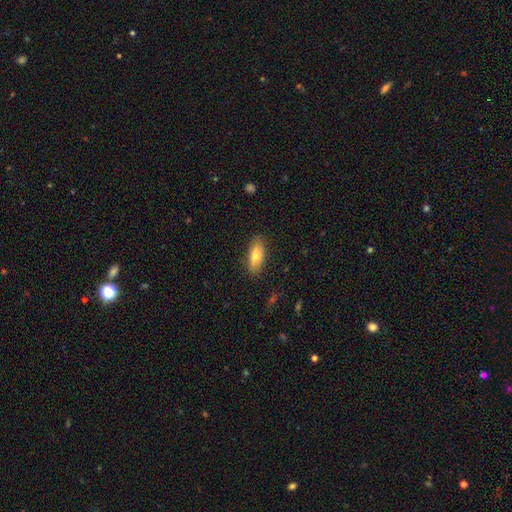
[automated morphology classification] A smooth galaxy with no disk features (73%) that is in between round and cigar-shaped (79%). Merging: none (85%).